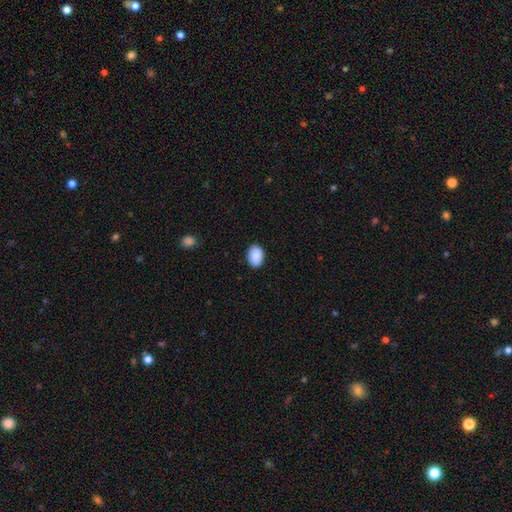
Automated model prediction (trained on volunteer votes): Smooth or featured: smooth — 90% (star or artifact — 7%)
How rounded: in between — 79% (round — 20%)
Merging: none — 88% (minor disturbance — 9%)